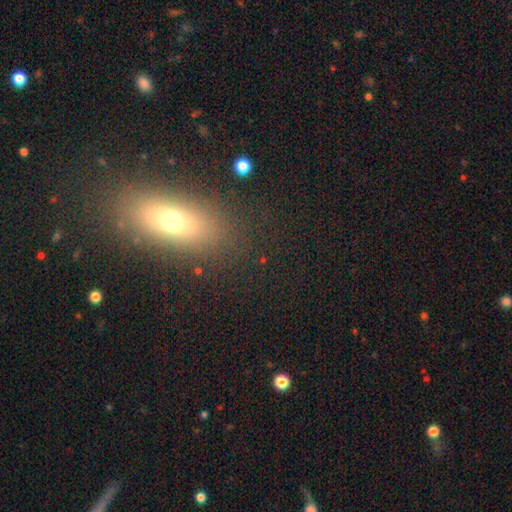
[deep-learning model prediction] smooth_or_featured: smooth (p=0.61) [alt: featured or disk p=0.20]
how_rounded: in between (p=0.67) [alt: cigar-shaped p=0.25]
merging: none (p=0.85) [alt: minor disturbance p=0.09]